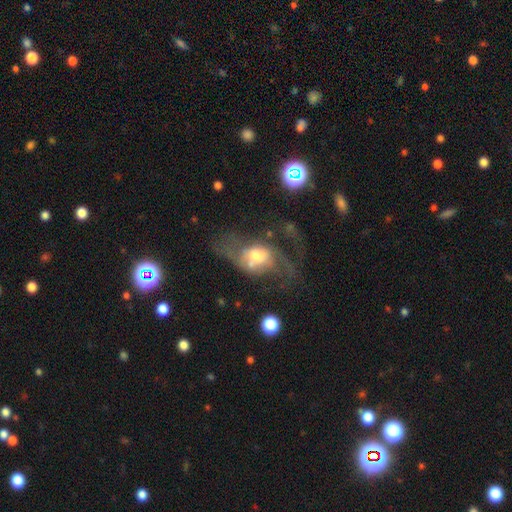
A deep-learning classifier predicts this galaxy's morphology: Q: Smooth or featured?
A: featured or disk (56%); runner-up: smooth (35%)
Q: Edge-on disk?
A: no (95%); runner-up: yes (5%)
Q: Bar?
A: no (72%); runner-up: weak (22%)
Q: Spiral arms?
A: yes (52%); runner-up: no (48%)
Q: Bulge size?
A: moderate (55%); runner-up: large (23%)
Q: Merging?
A: major disturbance (51%); runner-up: none (22%)